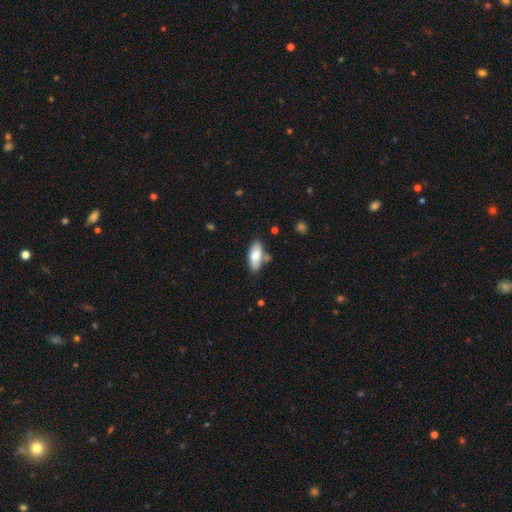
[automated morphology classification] A smooth galaxy with no disk features (76%) that is in between round and cigar-shaped (83%). Merging: none (68%).